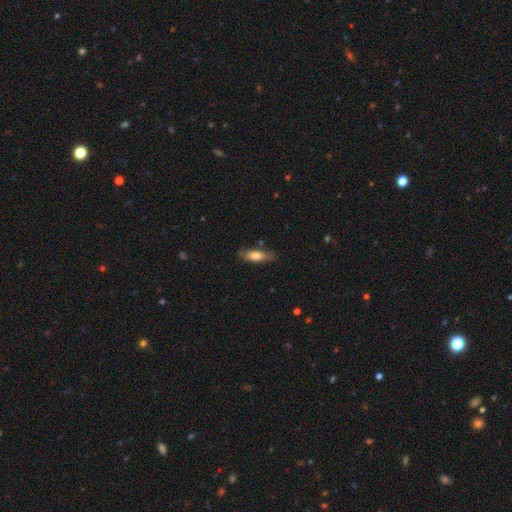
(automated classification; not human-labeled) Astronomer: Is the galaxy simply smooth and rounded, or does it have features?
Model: smooth — 70%.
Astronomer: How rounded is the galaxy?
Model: cigar-shaped — 51% (runner-up: in between, 47%).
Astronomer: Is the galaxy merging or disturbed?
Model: none — 73%.